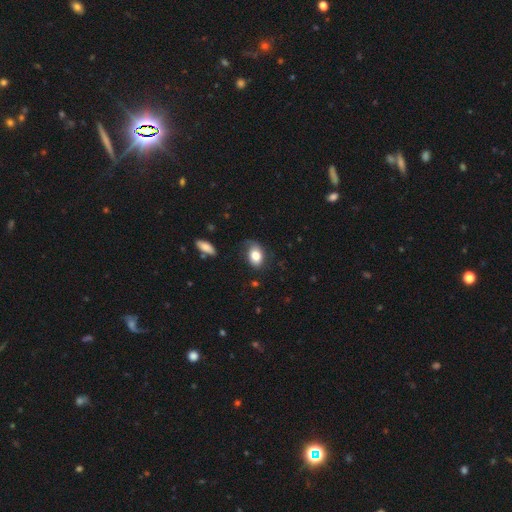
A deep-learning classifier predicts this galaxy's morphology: The model was most divided on "merging": none: 61%, minor disturbance: 26%, major disturbance: 11%, merger: 2%. More confident: how rounded — in between (80%); smooth or featured — smooth (78%).